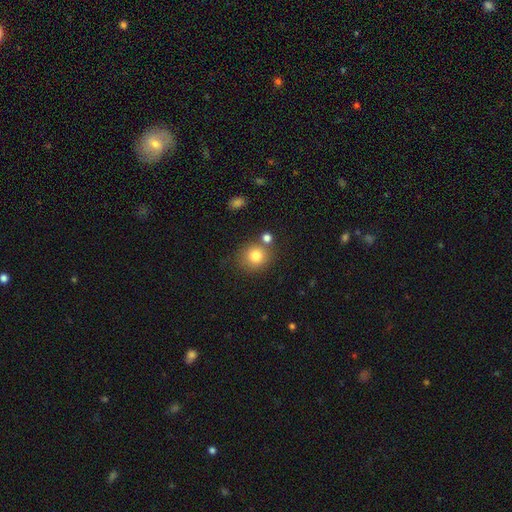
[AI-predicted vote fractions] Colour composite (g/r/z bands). It shows a smooth galaxy with no disk features (80%) that is round (85%). Merging: none (69%).